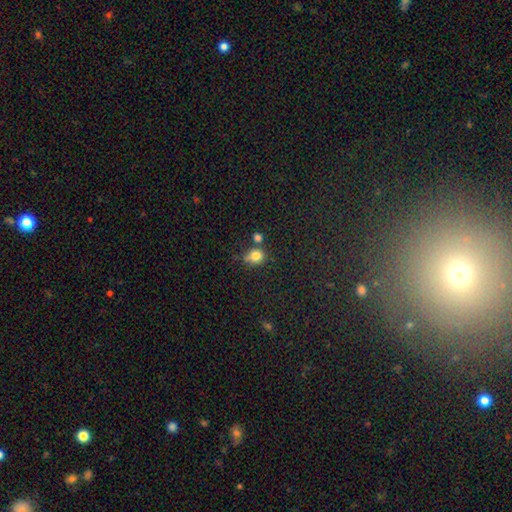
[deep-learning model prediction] The model was most divided on "merging": none: 55%, minor disturbance: 20%, merger: 19%, major disturbance: 6%. More confident: smooth or featured — smooth (81%); how rounded — round (71%).